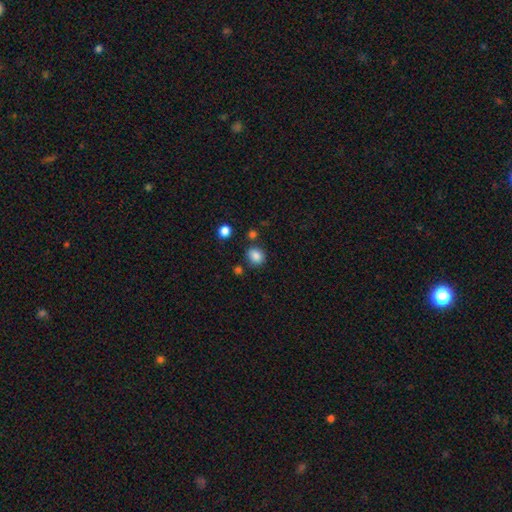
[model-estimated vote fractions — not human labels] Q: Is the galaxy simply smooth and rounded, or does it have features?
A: smooth — 85%.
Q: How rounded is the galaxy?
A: round — 70%.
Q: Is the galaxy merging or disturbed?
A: none — 76%.